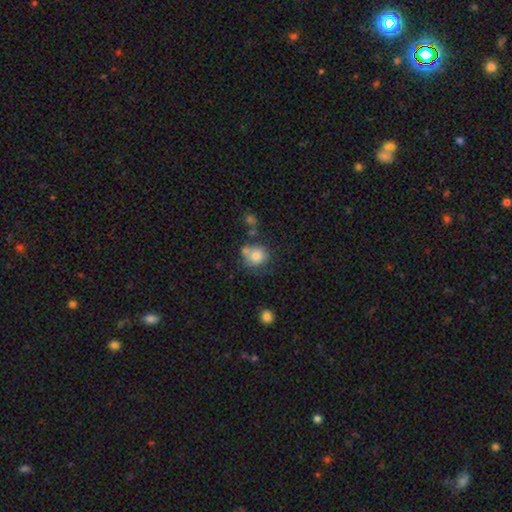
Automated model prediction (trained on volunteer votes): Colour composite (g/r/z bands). It shows a smooth galaxy with no disk features (78%) that is round (80%). Merging: none (50%).